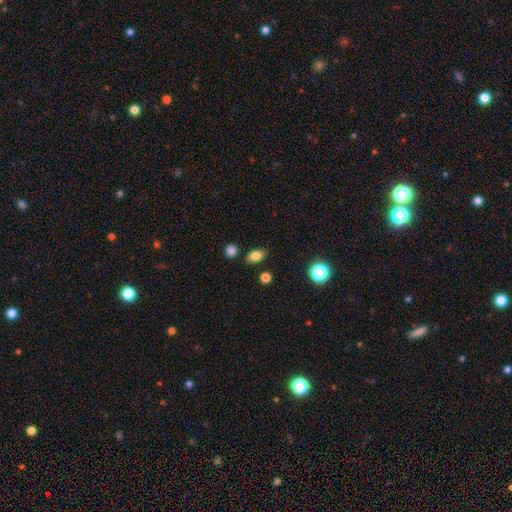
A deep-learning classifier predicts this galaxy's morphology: Smooth or featured? Predicted: smooth (p=0.80). How rounded? Predicted: in between (p=0.81). Merging? Predicted: none (p=0.83).